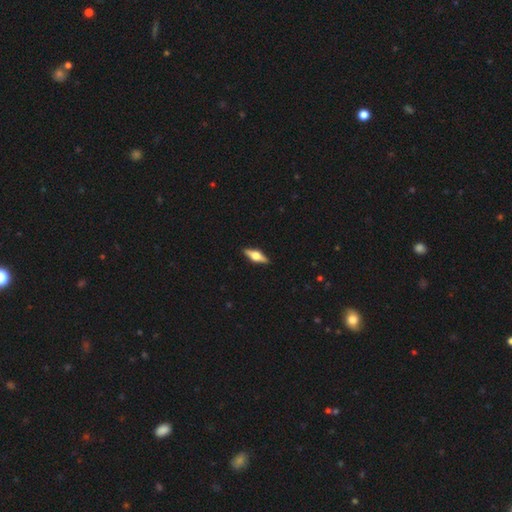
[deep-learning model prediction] A featured or disk galaxy (66%) viewed edge-on (96%) with a rounded central bulge (94%).

Vote fractions:
- Smooth or featured? featured or disk: 66% / smooth: 28% / star or artifact: 6%
- Edge-on disk? yes: 96% / no: 4%
- Edge-on bulge? rounded: 94% / boxy: 5% / none: 1%
- Merging? none: 90% / minor disturbance: 7% / major disturbance: 1% / merger: 1%